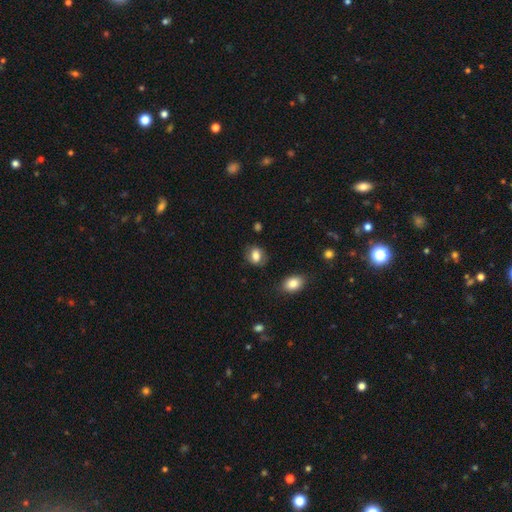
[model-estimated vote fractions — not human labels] Q: Smooth or featured?
A: smooth (76%); runner-up: featured or disk (16%)
Q: How rounded?
A: in between (59%); runner-up: round (40%)
Q: Merging?
A: none (77%); runner-up: minor disturbance (15%)